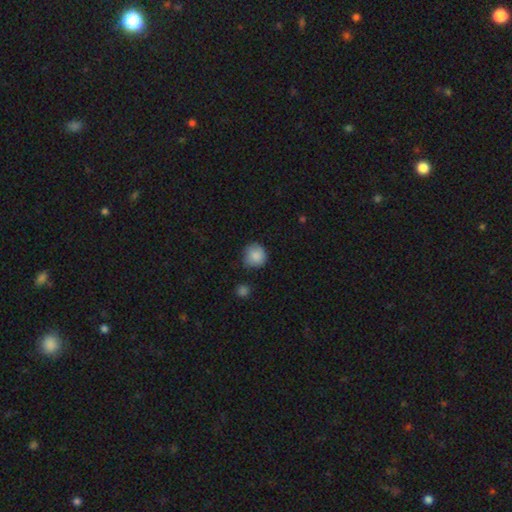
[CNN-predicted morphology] This is clearly a smooth galaxy (86%). How rounded: clearly round (91%). Merging: likely none (75%).